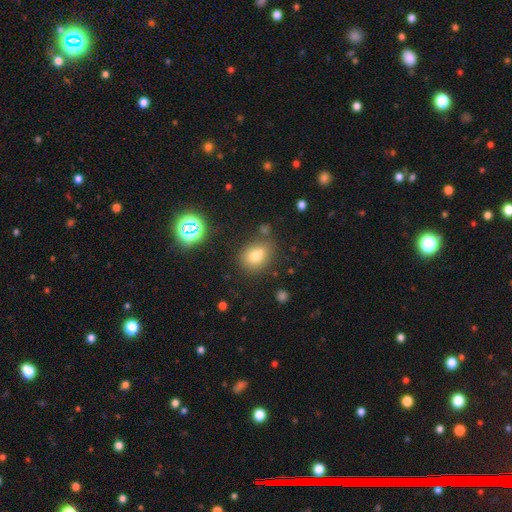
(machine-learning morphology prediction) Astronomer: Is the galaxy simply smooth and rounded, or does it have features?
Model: smooth — 69%.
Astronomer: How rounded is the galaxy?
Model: round — 56% (runner-up: in between, 42%).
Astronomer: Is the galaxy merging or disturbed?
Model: none — 58%.